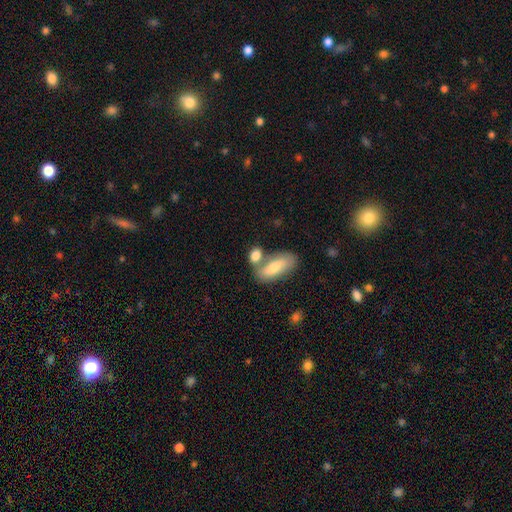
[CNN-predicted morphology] Q: Smooth or featured?
A: smooth (78%); runner-up: featured or disk (15%)
Q: How rounded?
A: in between (77%); runner-up: round (13%)
Q: Merging?
A: none (42%); tied with: merger (42%)